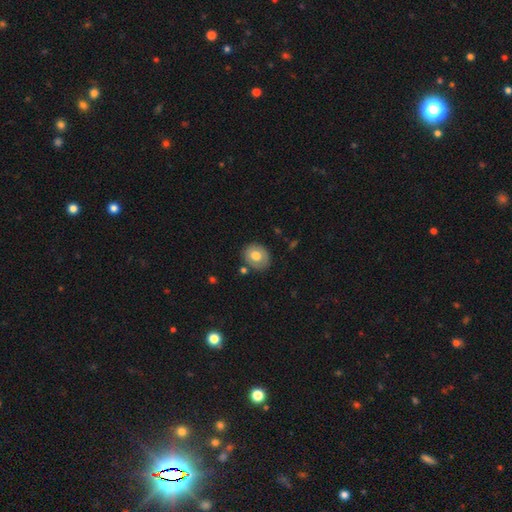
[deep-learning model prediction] smooth-or-featured: smooth: 68% | featured or disk: 25% | star or artifact: 7%
  how-rounded: round: 60% | in between: 39% | cigar-shaped: 1%
  merging: none: 80% | minor disturbance: 12% | merger: 4% | major disturbance: 3%